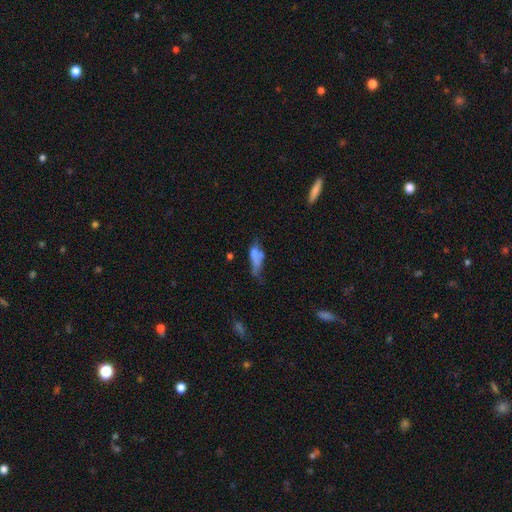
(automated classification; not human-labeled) This is possibly a smooth galaxy (57%). How rounded: likely in between (69%). Merging: marginally major disturbance (33%).